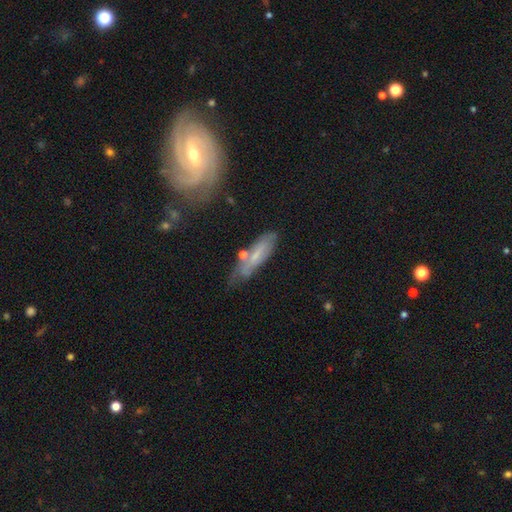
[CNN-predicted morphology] This appears to be a featured or disk galaxy (47%). Merging: none (62%).